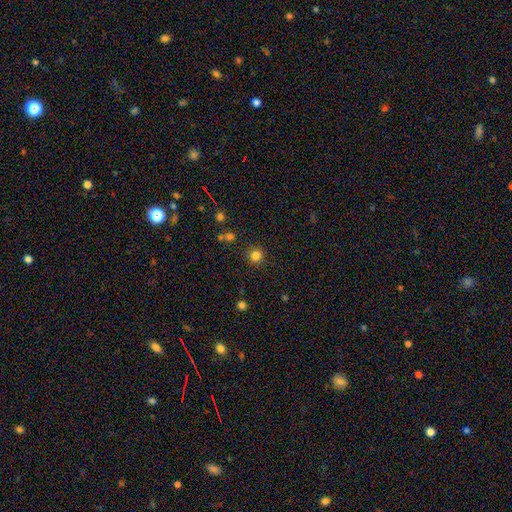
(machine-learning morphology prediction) Q: Smooth or featured?
A: smooth (82%); runner-up: star or artifact (13%)
Q: How rounded?
A: round (93%); runner-up: in between (6%)
Q: Merging?
A: none (88%); runner-up: minor disturbance (7%)